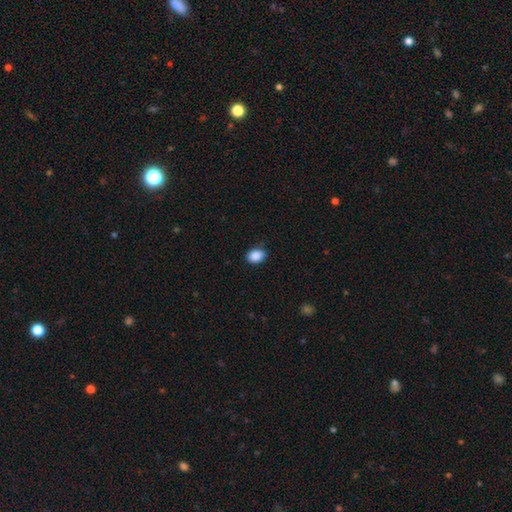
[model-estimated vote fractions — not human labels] A smooth galaxy with no disk features (89%) that is in between round and cigar-shaped (71%).

Vote fractions:
- Smooth or featured? smooth: 89% / star or artifact: 8% / featured or disk: 3%
- How rounded? in between: 71% / round: 27% / cigar-shaped: 1%
- Merging? none: 84% / minor disturbance: 12% / major disturbance: 2% / merger: 1%